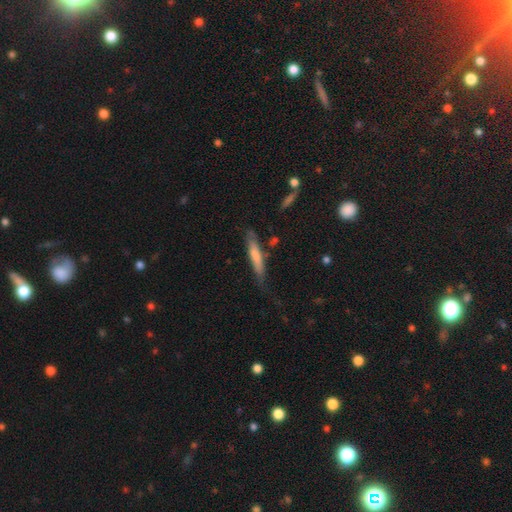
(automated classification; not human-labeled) Overall: smooth (67%; featured or disk 27%). How rounded: cigar-shaped (88%). Merging: none (64%; minor disturbance 25%).